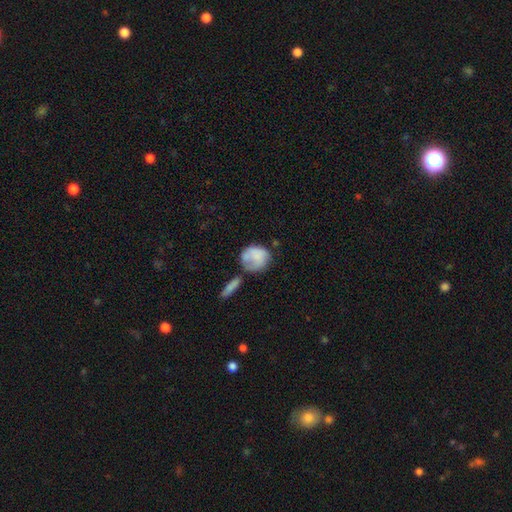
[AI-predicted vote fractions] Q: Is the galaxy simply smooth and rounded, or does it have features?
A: smooth — 73%.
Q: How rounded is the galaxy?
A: round — 67%.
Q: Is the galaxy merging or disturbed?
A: none — 38%.